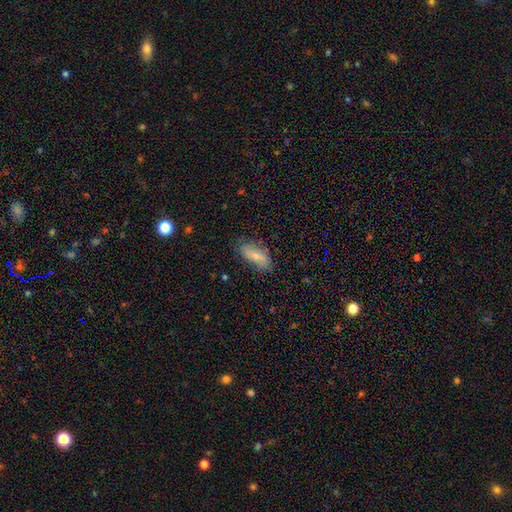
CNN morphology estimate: Q: Smooth or featured?
A: smooth (67%); runner-up: featured or disk (25%)
Q: How rounded?
A: in between (81%); runner-up: cigar-shaped (16%)
Q: Merging?
A: none (74%); runner-up: minor disturbance (20%)